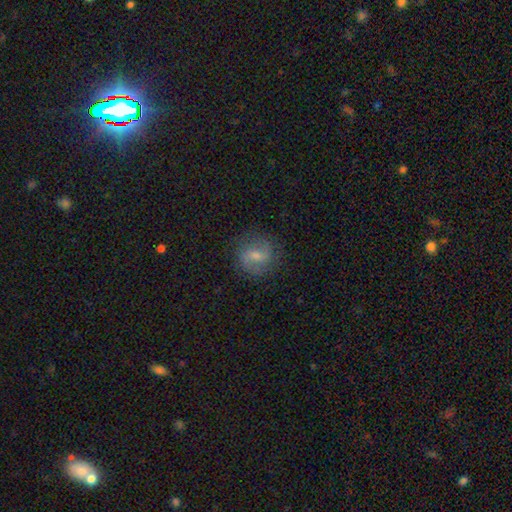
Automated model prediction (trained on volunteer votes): This is likely a featured or disk galaxy (63%). It is clearly not viewed edge-on (97%). Bar: possibly weak (53%). Spiral arm pattern: clearly yes (89%). Spiral arm count: clearly 2 (85%). Spiral winding: possibly medium (46%). Central bulge: possibly small (47%). Merging: clearly none (83%).